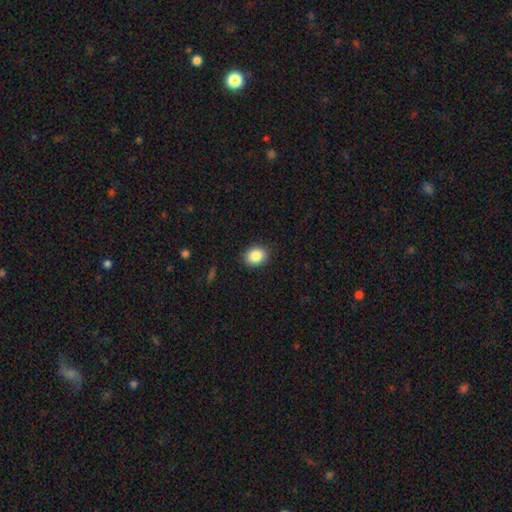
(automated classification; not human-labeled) A smooth galaxy with no disk features (88%) that is in between round and cigar-shaped (52%).

Vote fractions:
- Smooth or featured? smooth: 88% / star or artifact: 8% / featured or disk: 4%
- How rounded? in between: 52% / round: 47% / cigar-shaped: 1%
- Merging? none: 88% / minor disturbance: 9% / major disturbance: 2% / merger: 1%